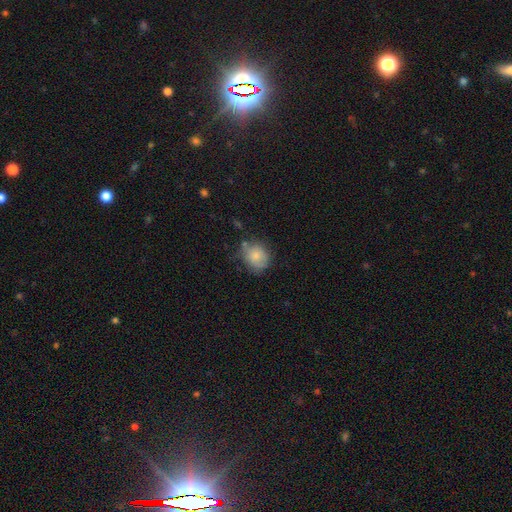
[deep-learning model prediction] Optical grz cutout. It shows a smooth galaxy with no disk features (77%) that is round (69%). Merging: none (57%).